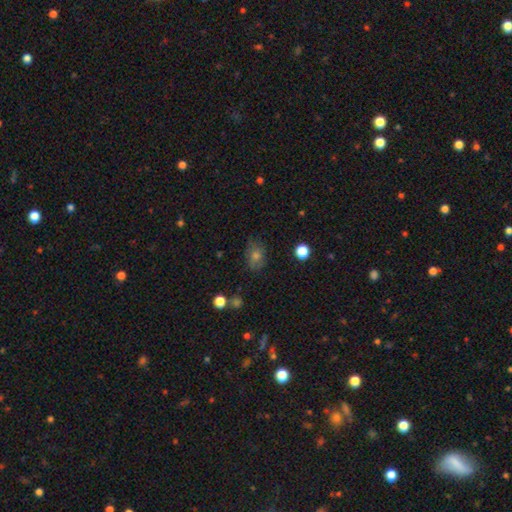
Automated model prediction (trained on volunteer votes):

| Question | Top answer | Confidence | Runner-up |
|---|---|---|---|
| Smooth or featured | smooth | 65% | star or artifact (20%) |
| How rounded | in between | 66% | round (32%) |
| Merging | none | 78% | minor disturbance (16%) |